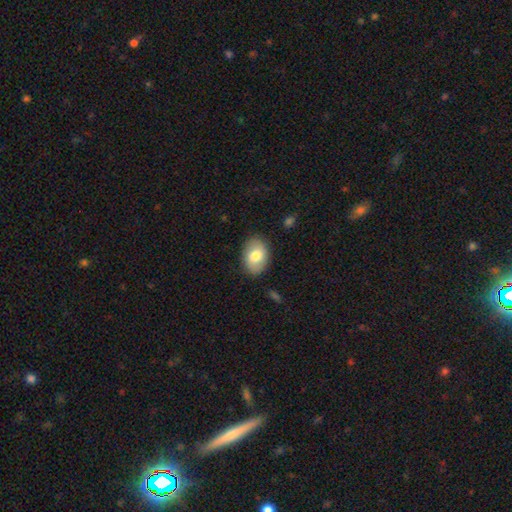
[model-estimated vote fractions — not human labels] smooth_or_featured: smooth (p=0.75) [alt: featured or disk p=0.19]
how_rounded: in between (p=0.79) [alt: round p=0.20]
merging: none (p=0.86) [alt: minor disturbance p=0.10]